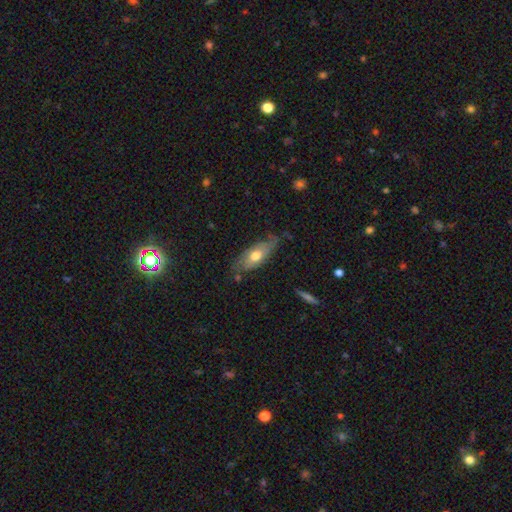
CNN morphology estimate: smooth 55%, featured or disk 39%, star or artifact 6%. Down the decision tree: how rounded — in between (76%); merging — none (63%).